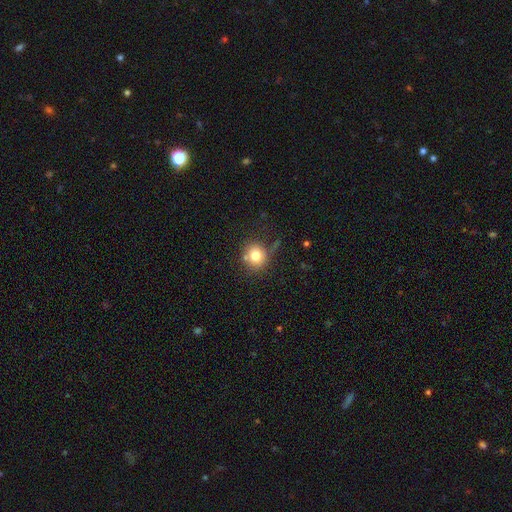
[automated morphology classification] Smooth or featured? smooth (77%)
How rounded? round (88%)
Merging? none (69%)